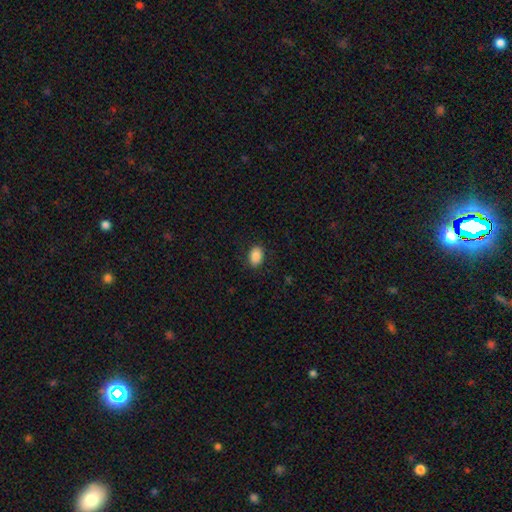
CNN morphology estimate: Smooth or featured? Predicted: smooth (p=0.86). How rounded? Predicted: in between (p=0.84). Merging? Predicted: none (p=0.86).